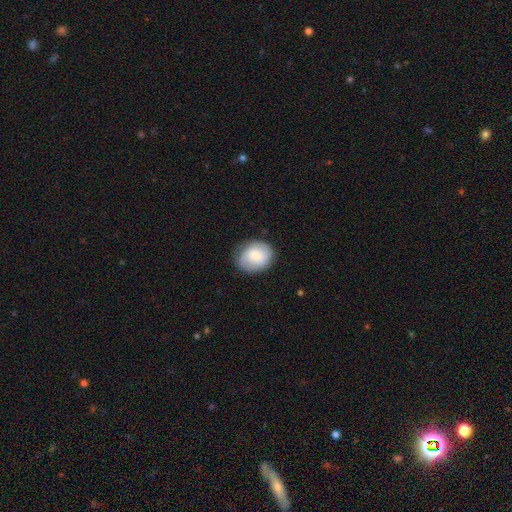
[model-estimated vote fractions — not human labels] smooth_or_featured: smooth (p=0.70) [alt: featured or disk p=0.24]
how_rounded: round (p=0.54) [alt: in between p=0.45]
merging: none (p=0.77) [alt: minor disturbance p=0.17]